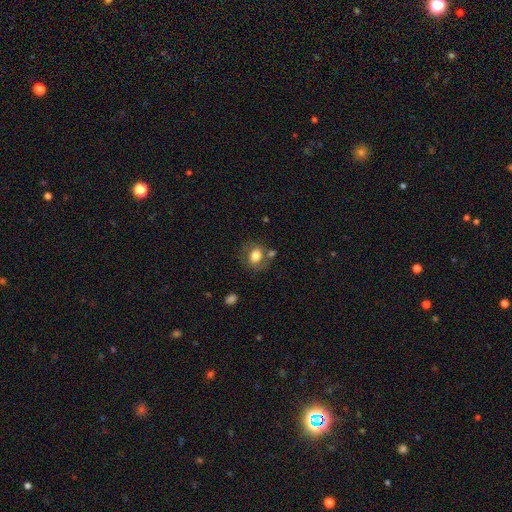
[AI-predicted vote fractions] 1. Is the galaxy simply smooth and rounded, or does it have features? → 74% smooth, 18% featured or disk, 9% star or artifact.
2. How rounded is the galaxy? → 51% in between, 48% round, 1% cigar-shaped.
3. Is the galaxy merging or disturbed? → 65% none, 17% minor disturbance, 11% merger, 7% major disturbance.